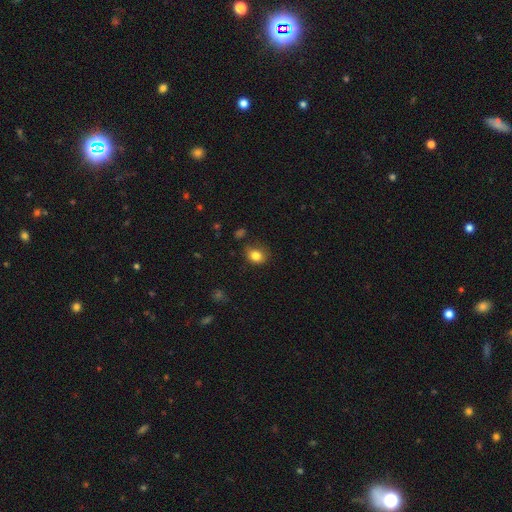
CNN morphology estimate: The model was most divided on "how rounded": in between: 51%, round: 48%, cigar-shaped: 1%. More confident: smooth or featured — smooth (82%); merging — none (69%).